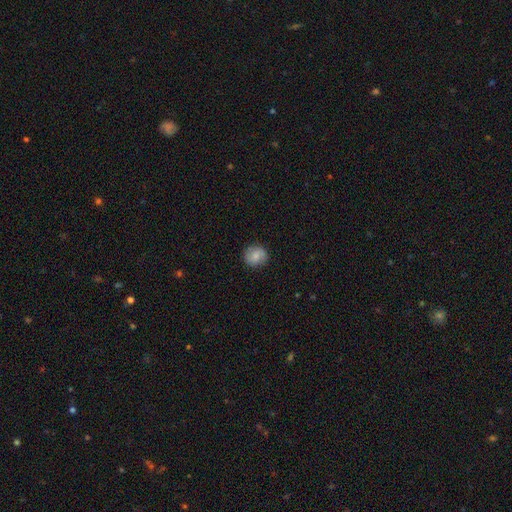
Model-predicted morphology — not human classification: type=smooth (70%); roundness=round (83%); merging=none (85%).